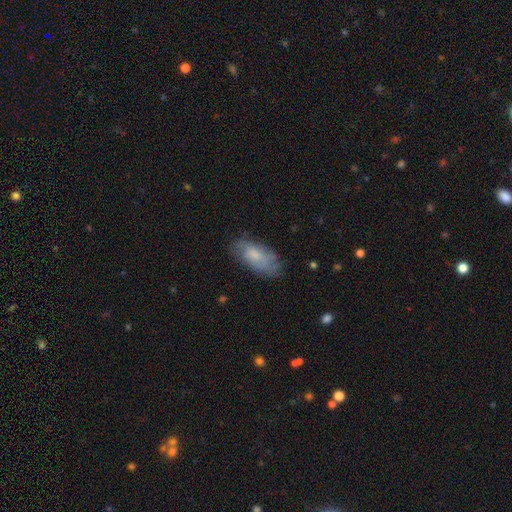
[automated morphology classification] smooth-or-featured: smooth: 67% | featured or disk: 27% | star or artifact: 7%
  how-rounded: in between: 88% | cigar-shaped: 10% | round: 2%
  merging: none: 69% | minor disturbance: 23% | major disturbance: 6% | merger: 1%